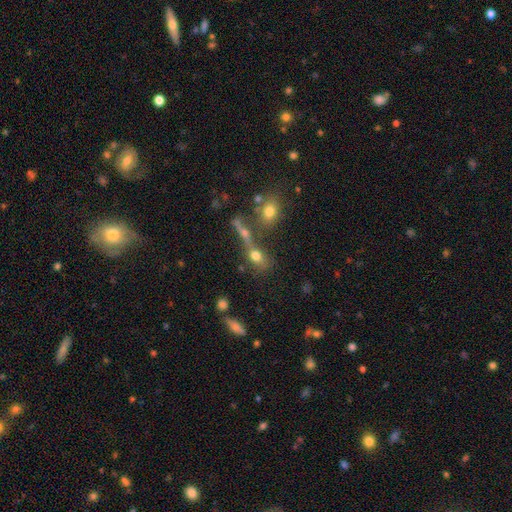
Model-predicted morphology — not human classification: smooth 68%, featured or disk 17%, star or artifact 15%. Down the decision tree: how rounded — in between (63%); merging — merger (41%).